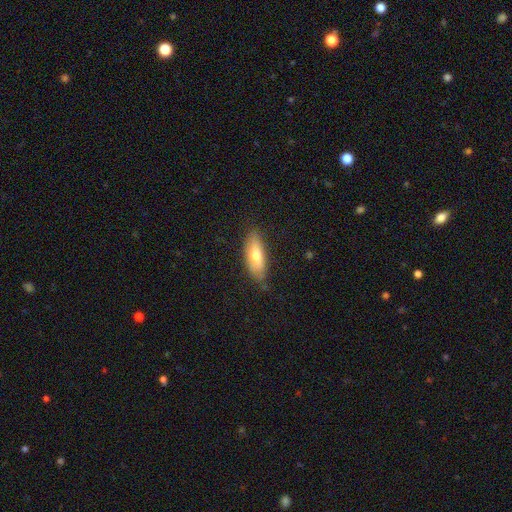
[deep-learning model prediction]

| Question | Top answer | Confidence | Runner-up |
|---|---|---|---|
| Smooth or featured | smooth | 66% | featured or disk (28%) |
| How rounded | in between | 64% | cigar-shaped (34%) |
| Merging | none | 78% | minor disturbance (18%) |